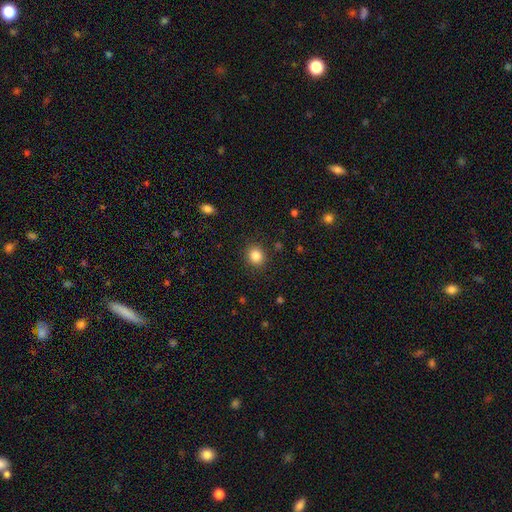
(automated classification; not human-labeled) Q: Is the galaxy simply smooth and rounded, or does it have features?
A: smooth — 85%.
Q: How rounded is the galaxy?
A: round — 80%.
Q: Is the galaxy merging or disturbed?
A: none — 89%.